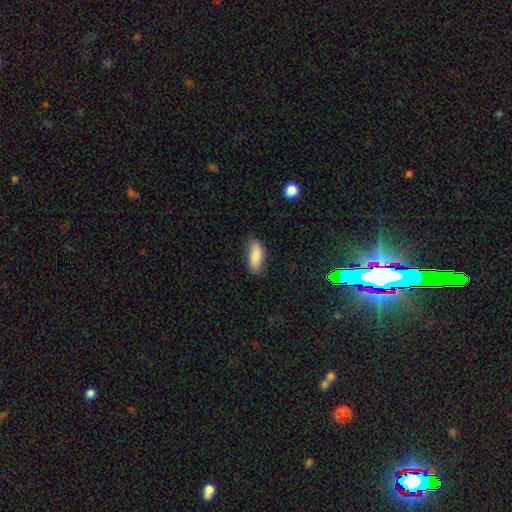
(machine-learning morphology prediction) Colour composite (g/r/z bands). It shows a smooth galaxy with no disk features (85%) that is in between round and cigar-shaped (76%). Merging: none (78%).